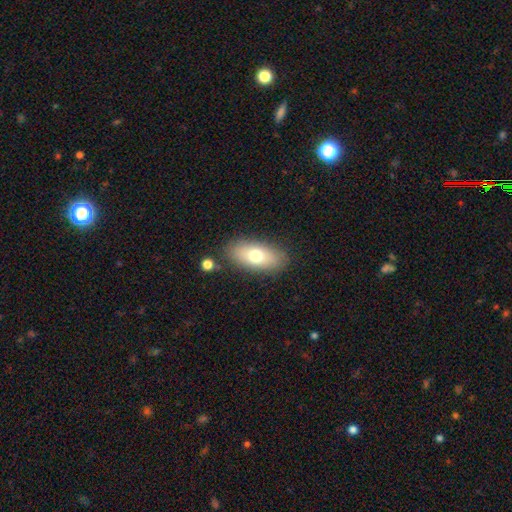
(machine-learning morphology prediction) smooth_or_featured: smooth (p=0.69) [alt: featured or disk p=0.22]
how_rounded: in between (p=0.86) [alt: cigar-shaped p=0.08]
merging: none (p=0.83) [alt: minor disturbance p=0.11]